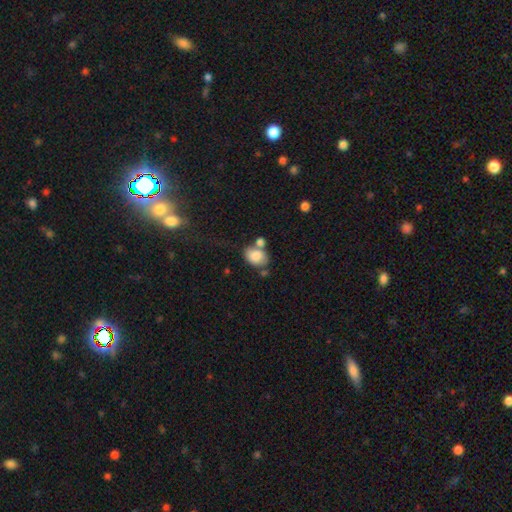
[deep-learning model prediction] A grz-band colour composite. It shows a smooth galaxy with no disk features (81%) that is in between round and cigar-shaped (71%). Merging: none (45%).